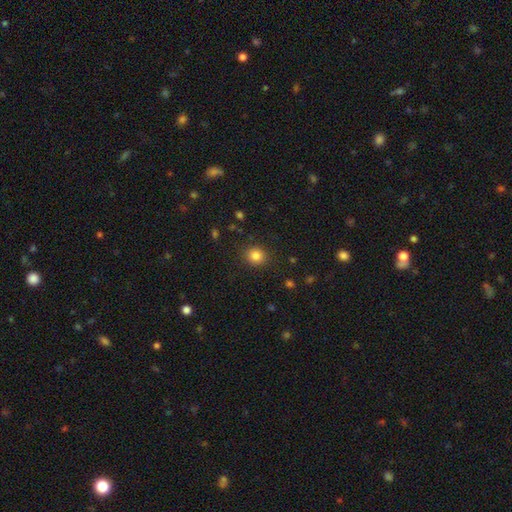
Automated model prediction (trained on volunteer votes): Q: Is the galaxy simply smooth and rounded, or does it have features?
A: smooth — 84%.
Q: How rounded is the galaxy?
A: round — 84%.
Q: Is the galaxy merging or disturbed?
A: none — 89%.